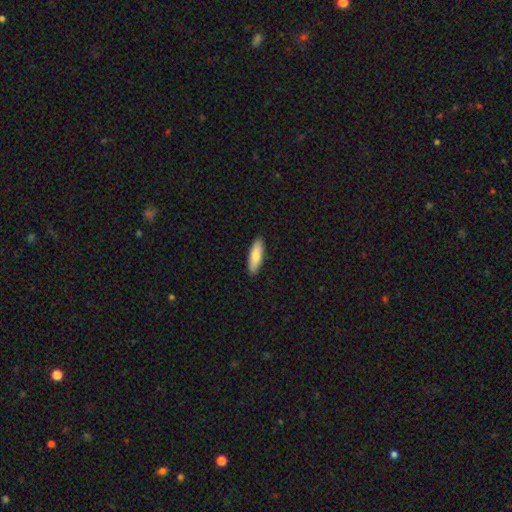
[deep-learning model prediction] Smooth or featured? smooth (81%)
How rounded? in between (56%)
Merging? none (91%)